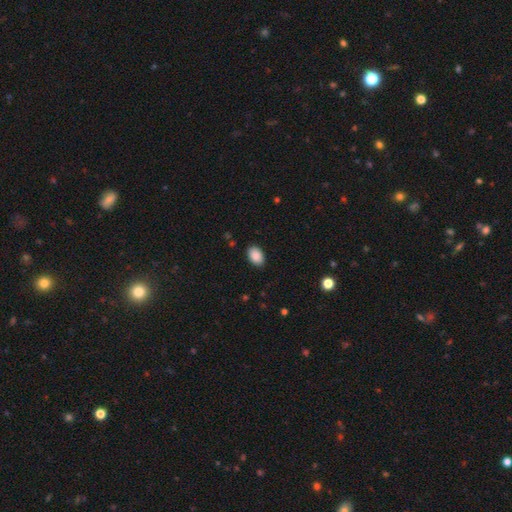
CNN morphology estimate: Smooth or featured: smooth — 89% (star or artifact — 7%)
How rounded: in between — 87% (round — 12%)
Merging: none — 88% (minor disturbance — 9%)